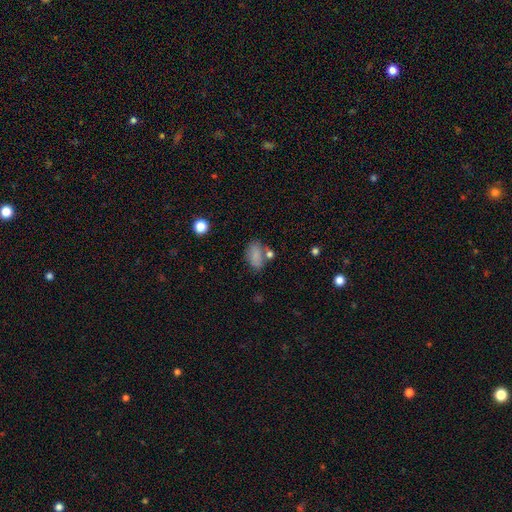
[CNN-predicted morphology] Smooth or featured: smooth — 79% (featured or disk — 11%)
How rounded: in between — 86% (round — 12%)
Merging: none — 55% (minor disturbance — 20%)